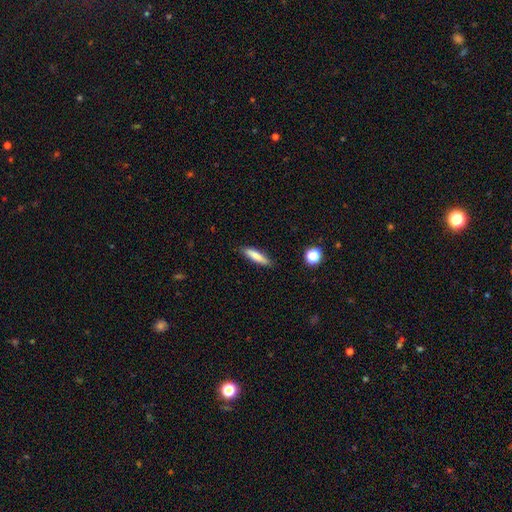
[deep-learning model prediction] Smooth or featured? Predicted: smooth (p=0.78). How rounded? Predicted: cigar-shaped (p=0.79). Merging? Predicted: none (p=0.86).